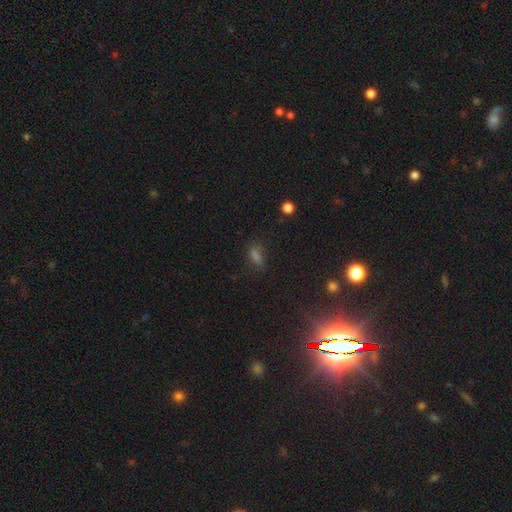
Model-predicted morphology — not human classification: This is likely a smooth galaxy (74%). How rounded: likely in between (69%). Merging: likely none (65%).